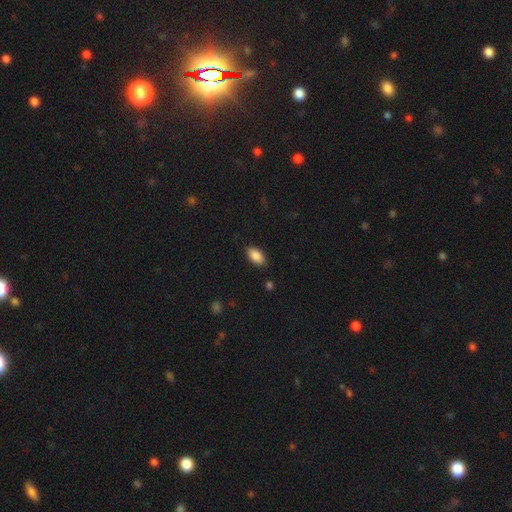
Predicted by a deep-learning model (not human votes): smooth_or_featured: smooth (p=0.87) [alt: star or artifact p=0.07]
how_rounded: in between (p=0.92) [alt: cigar-shaped p=0.05]
merging: none (p=0.85) [alt: minor disturbance p=0.11]